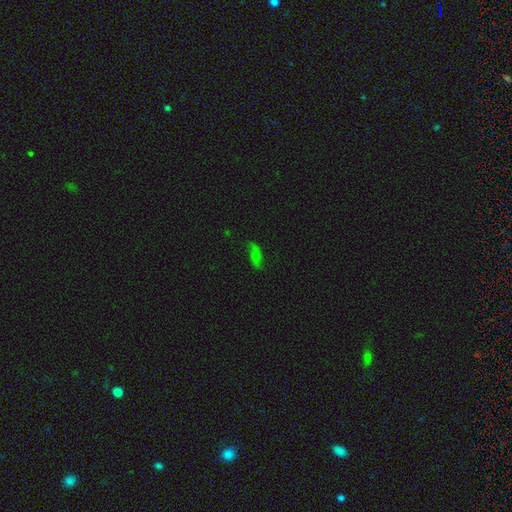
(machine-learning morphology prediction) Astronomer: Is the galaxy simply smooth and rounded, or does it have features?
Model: featured or disk — 44% (runner-up: smooth, 40%).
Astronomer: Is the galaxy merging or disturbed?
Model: none — 72%.